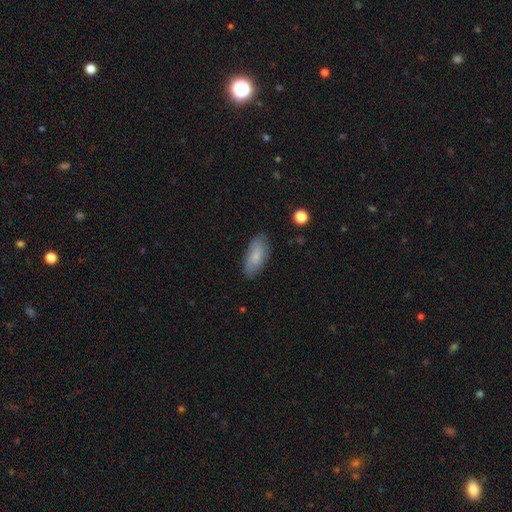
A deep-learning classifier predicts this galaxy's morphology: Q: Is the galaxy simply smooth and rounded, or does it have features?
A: smooth — 77%.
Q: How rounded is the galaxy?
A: in between — 85%.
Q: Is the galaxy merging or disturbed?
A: none — 80%.